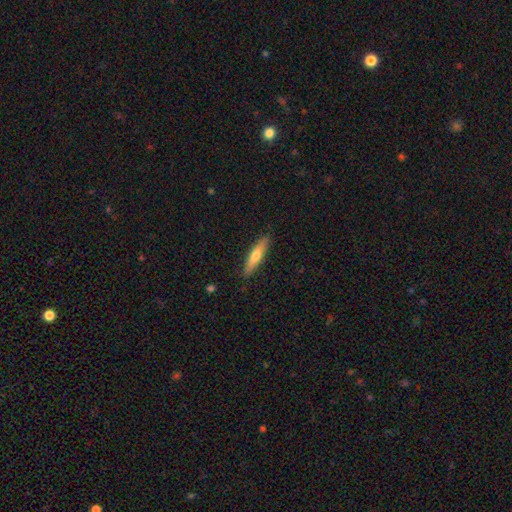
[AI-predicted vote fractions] This is likely a smooth galaxy (63%). How rounded: clearly cigar-shaped (84%). Merging: clearly none (89%).